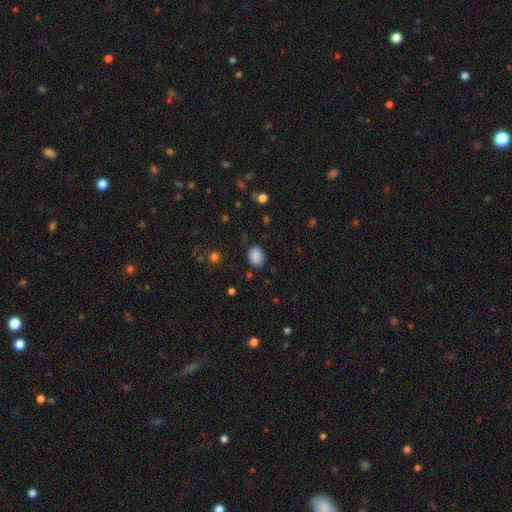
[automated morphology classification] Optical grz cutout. It shows a smooth galaxy with no disk features (87%) that is in between round and cigar-shaped (64%). Merging: none (79%).